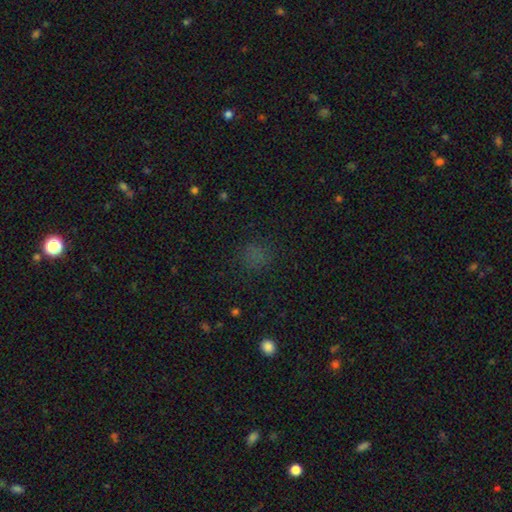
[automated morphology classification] smooth-or-featured: smooth: 63% | star or artifact: 30% | featured or disk: 7%
  how-rounded: round: 80% | in between: 19% | cigar-shaped: 1%
  merging: none: 80% | minor disturbance: 12% | major disturbance: 6% | merger: 2%